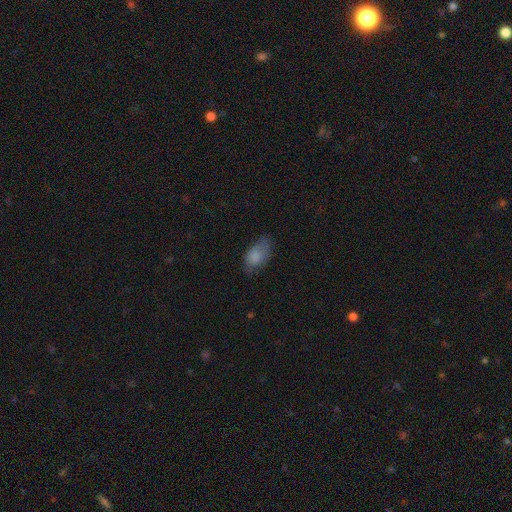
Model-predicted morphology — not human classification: smooth 81%, featured or disk 11%, star or artifact 8%. Down the decision tree: how rounded — in between (91%); merging — none (53%).